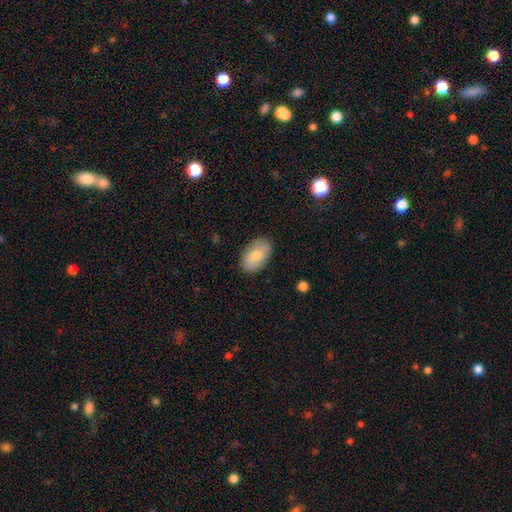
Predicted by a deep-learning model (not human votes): A smooth galaxy with no disk features (72%) that is in between round and cigar-shaped (91%).

Vote fractions:
- Smooth or featured? smooth: 72% / featured or disk: 21% / star or artifact: 7%
- How rounded? in between: 91% / round: 7% / cigar-shaped: 1%
- Merging? none: 86% / minor disturbance: 10% / major disturbance: 2% / merger: 1%